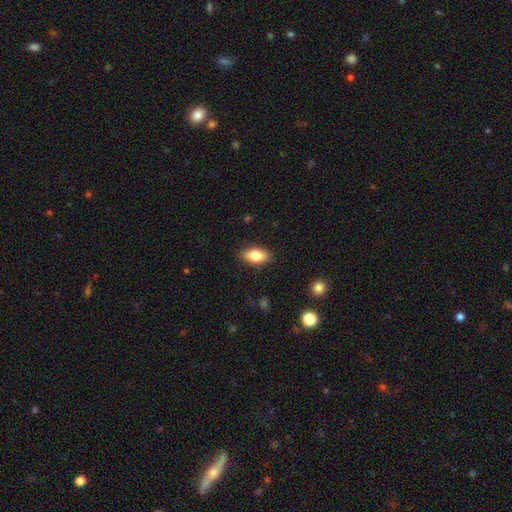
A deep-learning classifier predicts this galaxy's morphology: This appears to be a smooth galaxy with no disk features (82%) that is in between round and cigar-shaped (89%). Merging: none (87%).